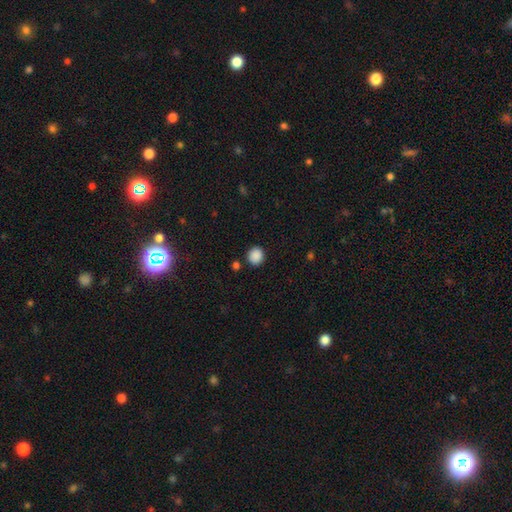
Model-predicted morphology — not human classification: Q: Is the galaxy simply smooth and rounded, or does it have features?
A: smooth — 88%.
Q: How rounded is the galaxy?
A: round — 81%.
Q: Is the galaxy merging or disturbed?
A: none — 87%.